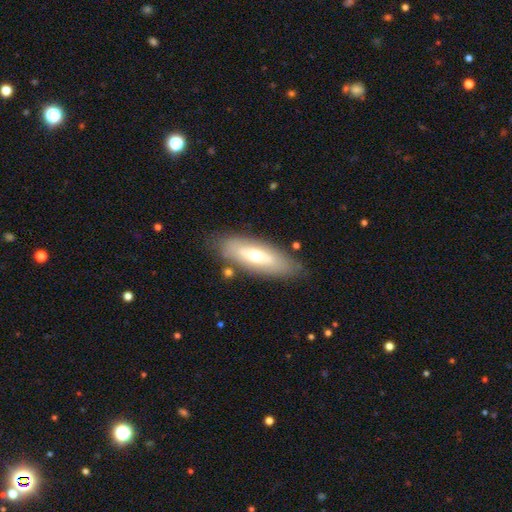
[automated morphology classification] type=smooth (49%); merging=none (79%).